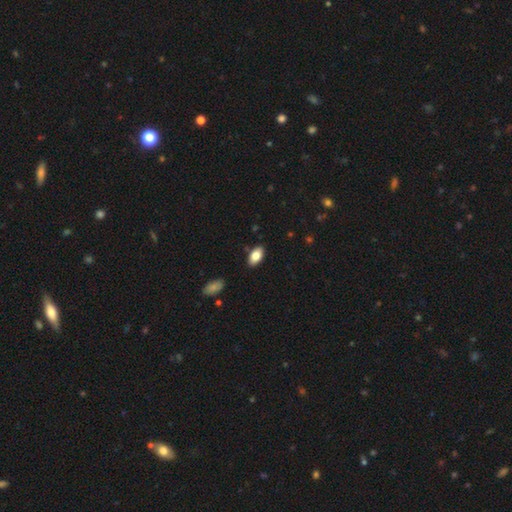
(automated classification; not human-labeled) Overall: smooth (83%). How rounded: in between (93%). Merging: none (87%).